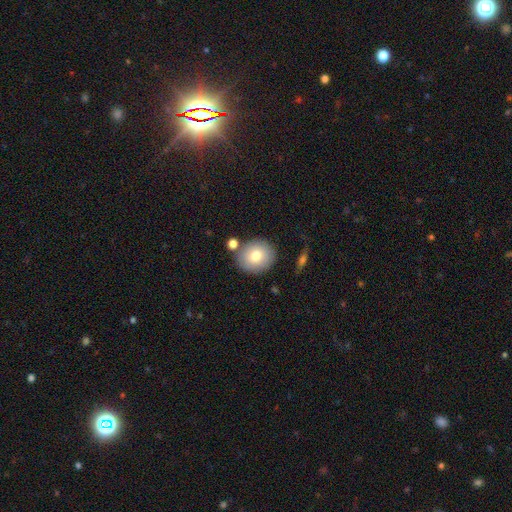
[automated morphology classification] This appears to be a smooth galaxy with no disk features (77%) that is round (80%). Merging: none (79%).